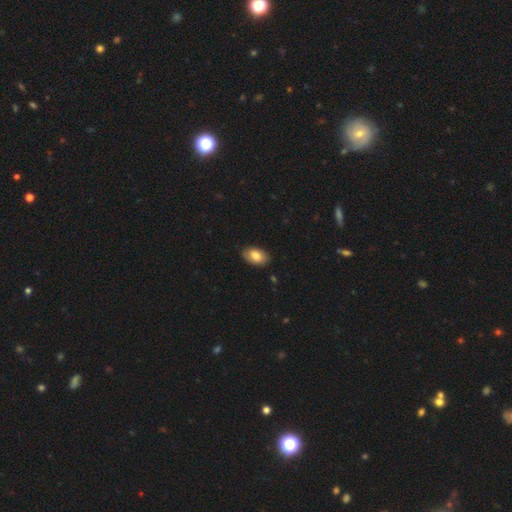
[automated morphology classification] Q: Smooth or featured?
A: smooth (83%); runner-up: featured or disk (10%)
Q: How rounded?
A: in between (92%); runner-up: round (6%)
Q: Merging?
A: none (85%); runner-up: minor disturbance (12%)